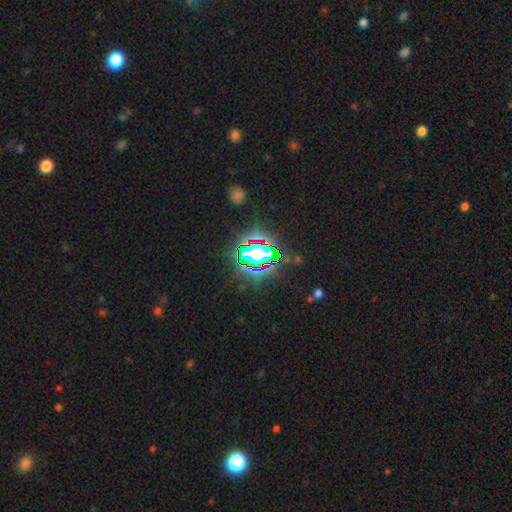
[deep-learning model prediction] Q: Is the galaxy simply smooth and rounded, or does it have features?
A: star or artifact — 84%.